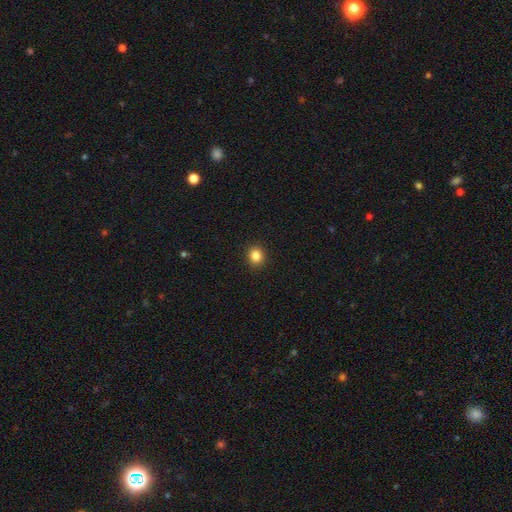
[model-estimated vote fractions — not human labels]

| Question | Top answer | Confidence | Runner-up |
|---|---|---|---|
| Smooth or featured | smooth | 84% | star or artifact (11%) |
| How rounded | round | 85% | in between (14%) |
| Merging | none | 92% | minor disturbance (5%) |